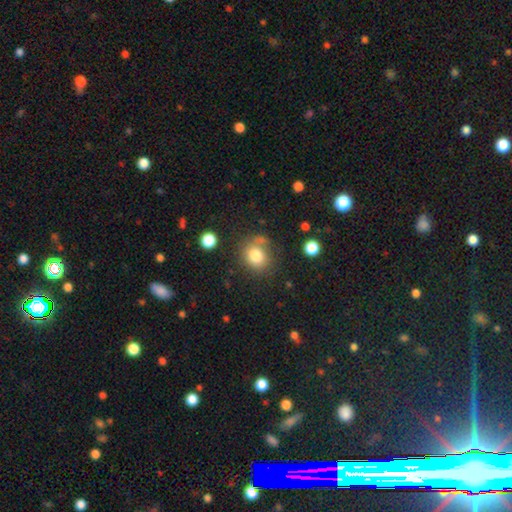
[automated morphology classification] smooth 79%, star or artifact 11%, featured or disk 10%. Down the decision tree: how rounded — round (78%); merging — none (67%).